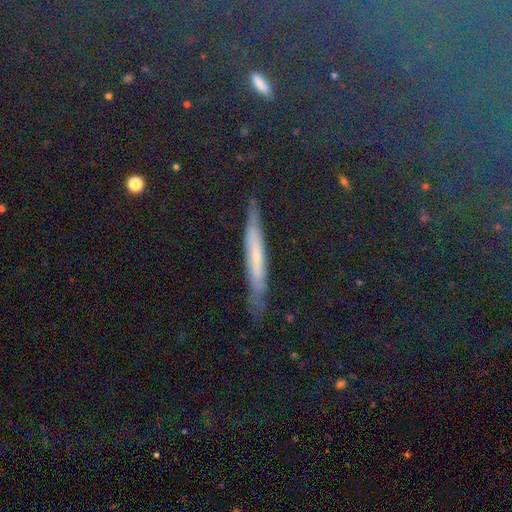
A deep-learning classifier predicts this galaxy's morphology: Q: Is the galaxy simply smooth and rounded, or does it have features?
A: smooth — 40%.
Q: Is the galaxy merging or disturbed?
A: none — 79%.